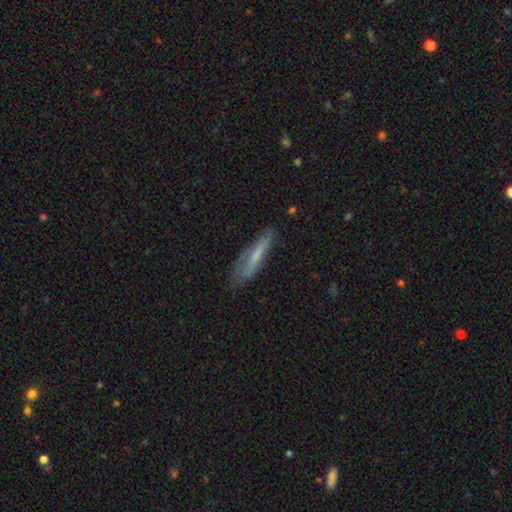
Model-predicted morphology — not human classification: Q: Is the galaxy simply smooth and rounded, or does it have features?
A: smooth — 54%.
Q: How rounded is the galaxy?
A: cigar-shaped — 82%.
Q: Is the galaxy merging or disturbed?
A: none — 67%.